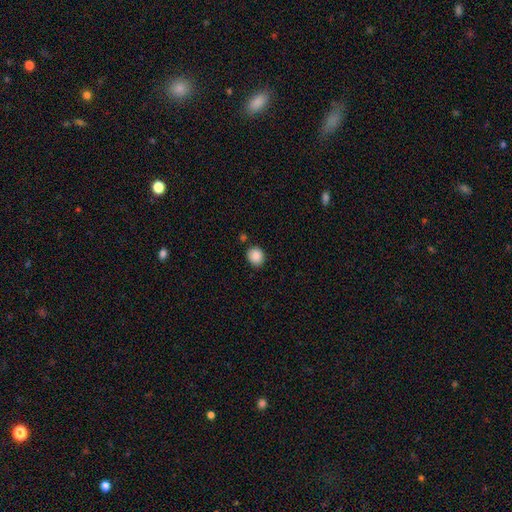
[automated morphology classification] Smooth or featured?
  - smooth: 88% *
  - star or artifact: 9%
  - featured or disk: 3%
How rounded?
  - round: 70% *
  - in between: 29%
  - cigar-shaped: 1%
Merging?
  - none: 84% *
  - minor disturbance: 10%
  - merger: 4%
  - major disturbance: 3%